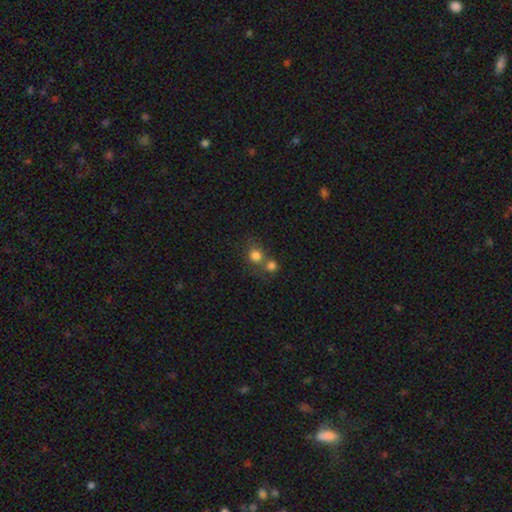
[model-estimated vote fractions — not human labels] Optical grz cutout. It shows a smooth galaxy with no disk features (79%) that is round (87%). Merging: none (48%).